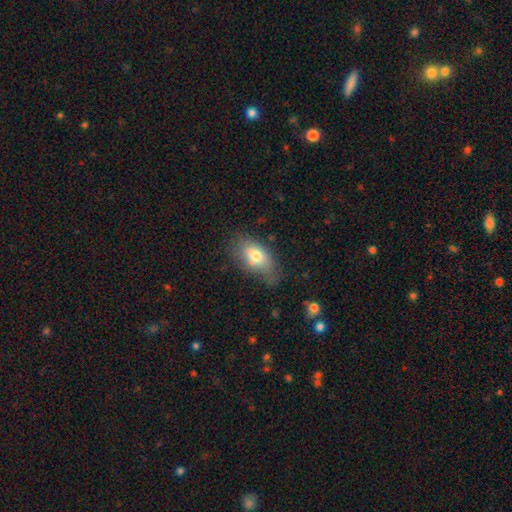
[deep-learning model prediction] This is likely a smooth galaxy (74%). How rounded: clearly in between (89%). Merging: possibly none (53%).